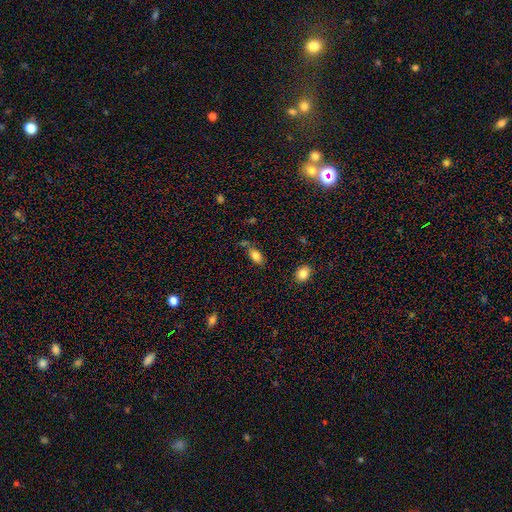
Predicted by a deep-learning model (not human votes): smooth_or_featured: smooth (p=0.81) [alt: featured or disk p=0.09]
how_rounded: in between (p=0.89) [alt: round p=0.06]
merging: none (p=0.68) [alt: minor disturbance p=0.18]